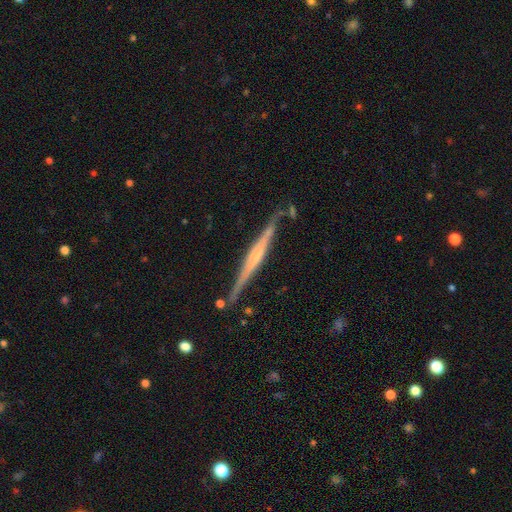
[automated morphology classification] featured or disk 74%, smooth 20%, star or artifact 6%. Down the decision tree: edge-on disk — yes (97%); edge-on bulge — none (38%); merging — none (81%).